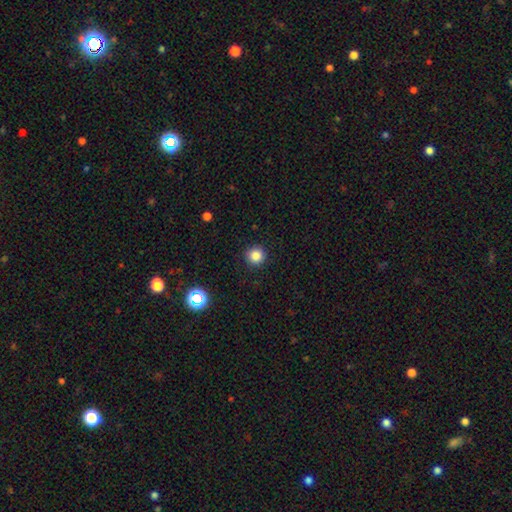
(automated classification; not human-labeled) Smooth or featured: smooth — 84% (star or artifact — 12%)
How rounded: round — 95% (in between — 4%)
Merging: none — 92% (minor disturbance — 5%)